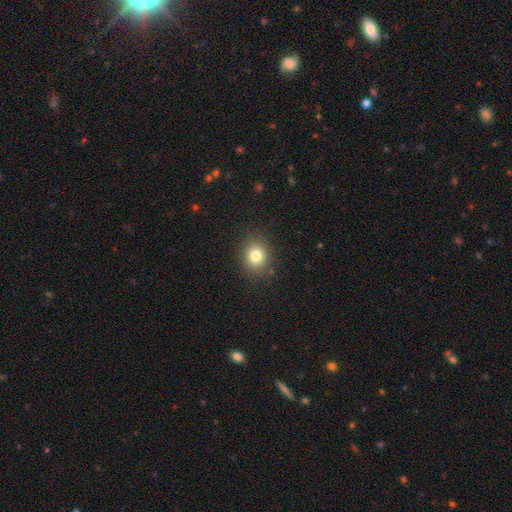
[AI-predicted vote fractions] A smooth galaxy with no disk features (80%) that is round (67%). Merging: none (88%).